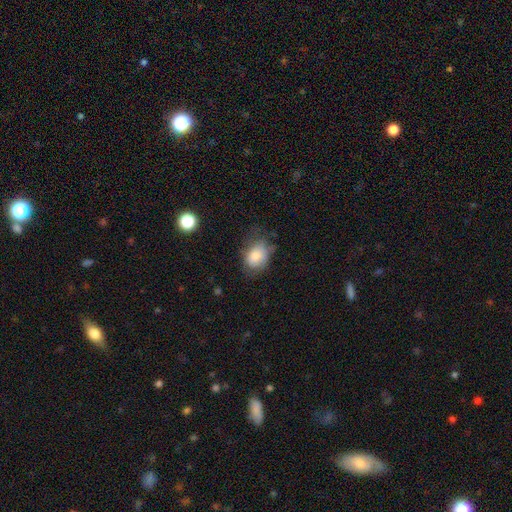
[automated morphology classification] This is likely a smooth galaxy (78%). How rounded: likely in between (66%). Merging: possibly none (49%).